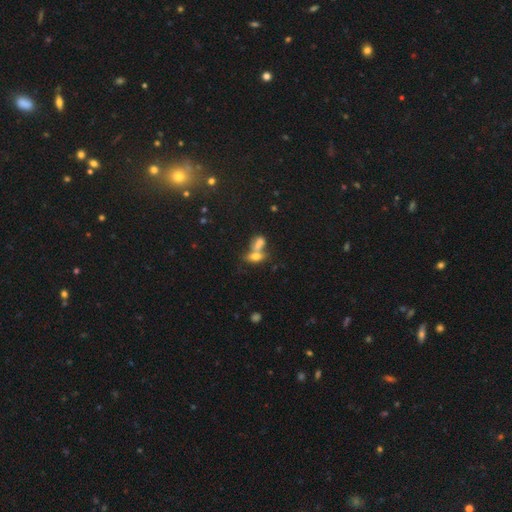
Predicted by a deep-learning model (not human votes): Overall: smooth (64%). How rounded: in between (75%). Merging: merger (59%; none 28%).